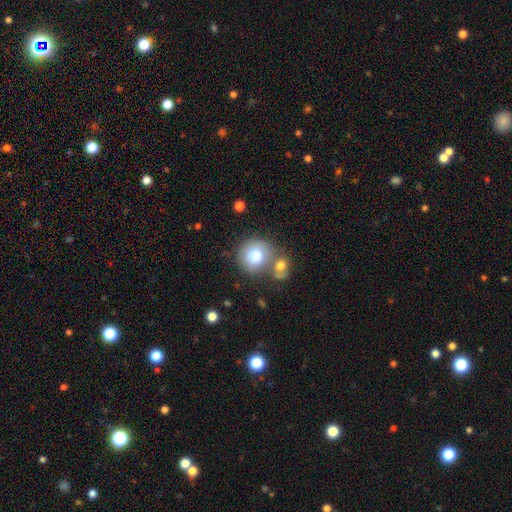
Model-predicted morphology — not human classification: Smooth or featured? smooth (76%)
How rounded? round (86%)
Merging? none (43%)